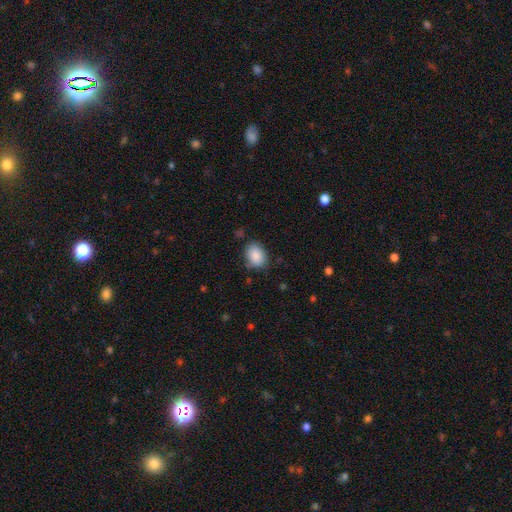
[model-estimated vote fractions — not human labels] Smooth or featured: smooth — 87% (star or artifact — 7%)
How rounded: in between — 69% (round — 30%)
Merging: none — 77% (minor disturbance — 17%)